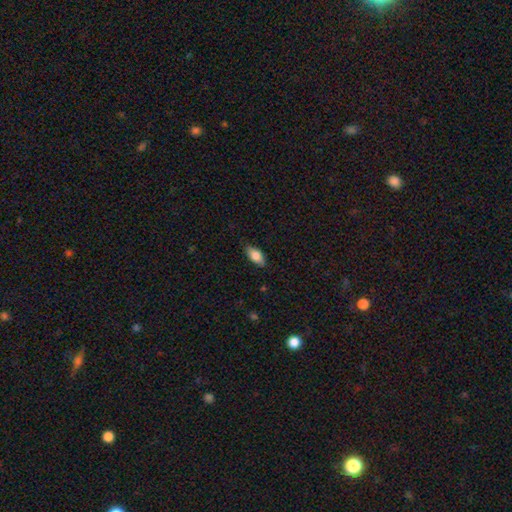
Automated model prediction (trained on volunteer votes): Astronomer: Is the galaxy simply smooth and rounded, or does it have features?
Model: smooth — 79%.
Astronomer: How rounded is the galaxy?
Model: in between — 87%.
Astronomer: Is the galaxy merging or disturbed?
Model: none — 83%.